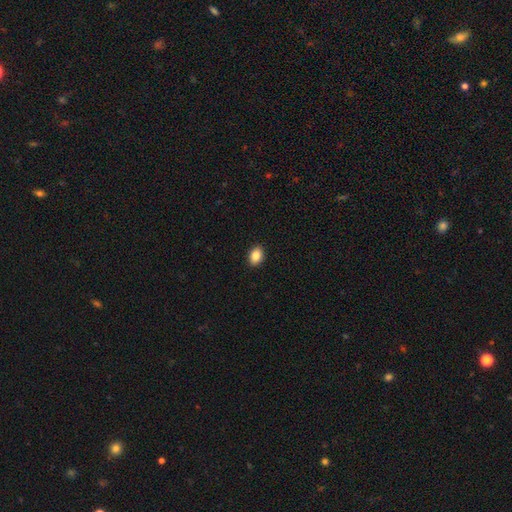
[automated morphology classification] Smooth or featured?
  - smooth: 87% *
  - star or artifact: 8%
  - featured or disk: 5%
How rounded?
  - in between: 79% *
  - round: 20%
  - cigar-shaped: 1%
Merging?
  - none: 91% *
  - minor disturbance: 6%
  - major disturbance: 2%
  - merger: 1%